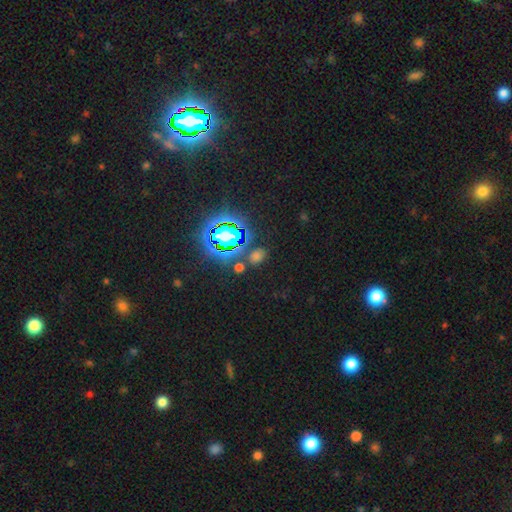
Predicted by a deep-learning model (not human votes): A smooth galaxy with no disk features (50%). Merging: none (79%).